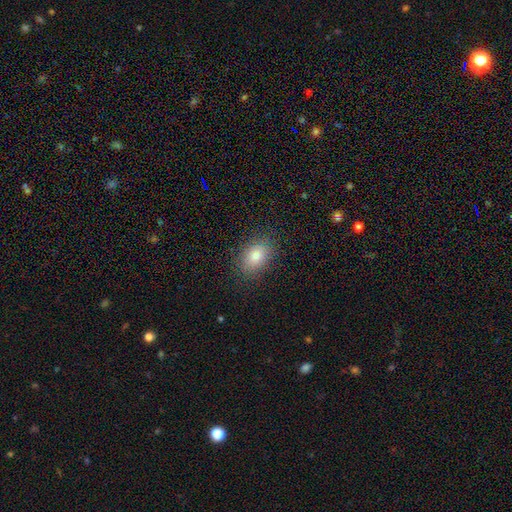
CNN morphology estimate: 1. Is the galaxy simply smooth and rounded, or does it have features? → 81% smooth, 10% star or artifact, 9% featured or disk.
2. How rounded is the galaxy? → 76% in between, 23% round, 1% cigar-shaped.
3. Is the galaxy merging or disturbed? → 86% none, 10% minor disturbance, 3% major disturbance, 1% merger.